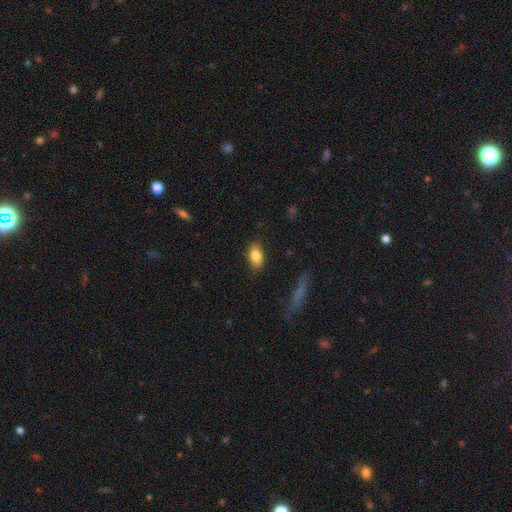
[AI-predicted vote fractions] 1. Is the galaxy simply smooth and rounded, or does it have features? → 84% smooth, 9% featured or disk, 8% star or artifact.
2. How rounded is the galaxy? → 88% in between, 9% round, 3% cigar-shaped.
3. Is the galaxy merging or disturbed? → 85% none, 11% minor disturbance, 3% major disturbance, 1% merger.